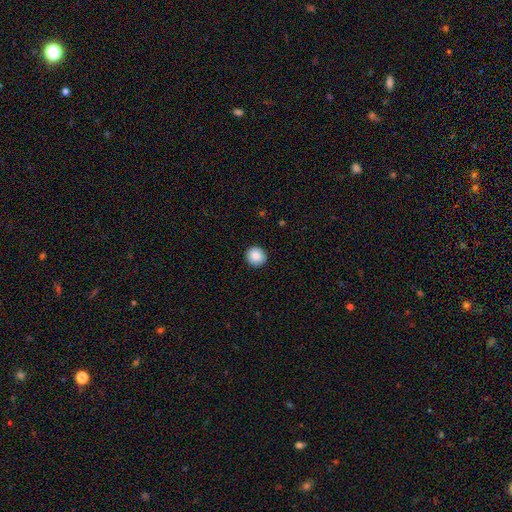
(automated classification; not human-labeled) smooth_or_featured: smooth (p=0.87) [alt: star or artifact p=0.08]
how_rounded: round (p=0.93) [alt: in between p=0.06]
merging: none (p=0.92) [alt: minor disturbance p=0.05]